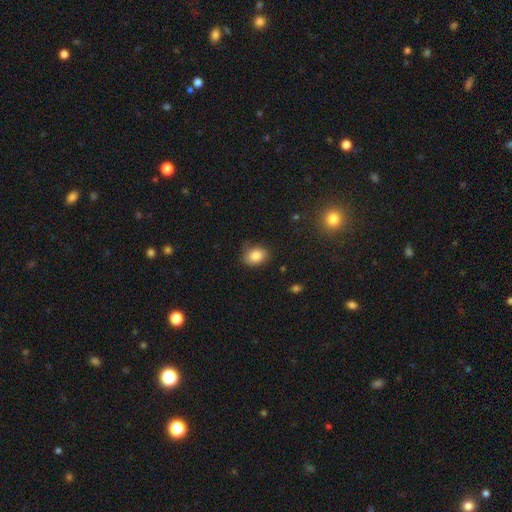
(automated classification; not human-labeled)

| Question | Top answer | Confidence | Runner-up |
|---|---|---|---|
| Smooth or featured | smooth | 84% | star or artifact (9%) |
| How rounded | in between | 66% | round (33%) |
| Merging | none | 75% | minor disturbance (20%) |